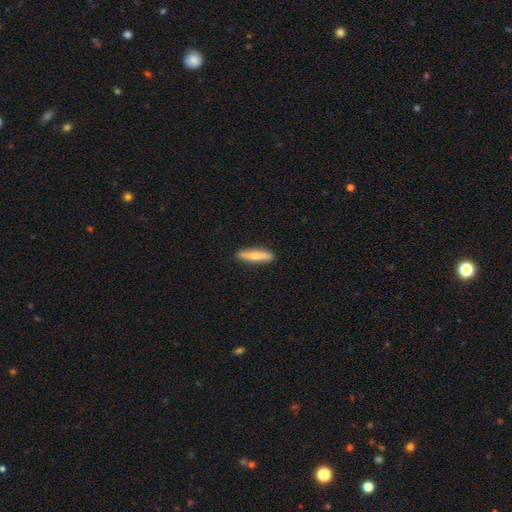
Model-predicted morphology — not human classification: This appears to be a smooth galaxy with no disk features (72%) that is cigar-shaped (82%). Merging: none (89%).